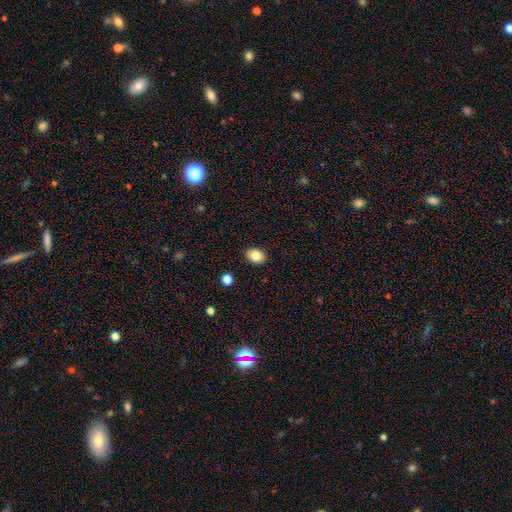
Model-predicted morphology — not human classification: Smooth or featured? Predicted: smooth (p=0.84). How rounded? Predicted: in between (p=0.64). Merging? Predicted: none (p=0.90).